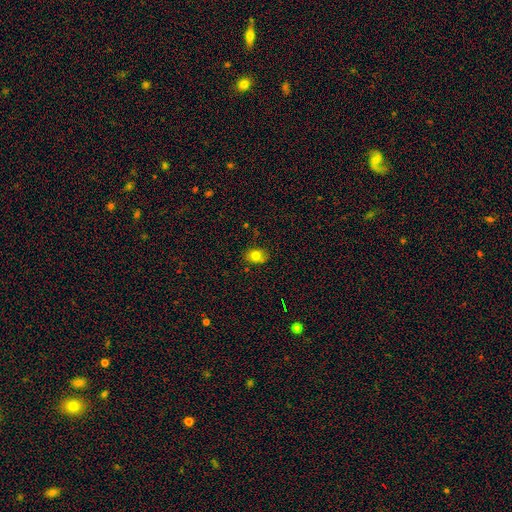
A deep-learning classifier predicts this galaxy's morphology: Smooth or featured: smooth — 78% (star or artifact — 11%)
How rounded: in between — 67% (round — 32%)
Merging: none — 78% (minor disturbance — 17%)